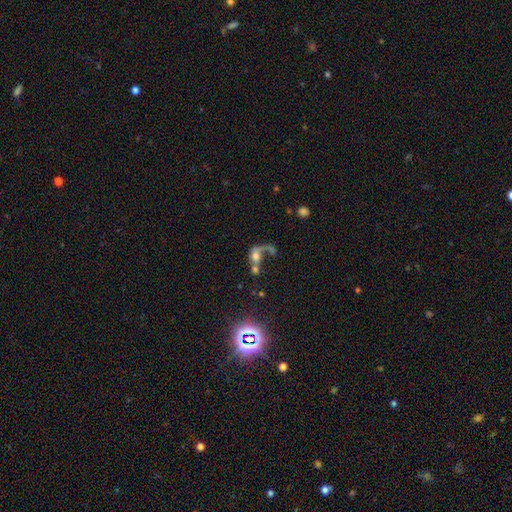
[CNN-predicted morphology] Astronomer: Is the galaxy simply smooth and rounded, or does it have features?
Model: featured or disk — 43% (runner-up: smooth, 42%).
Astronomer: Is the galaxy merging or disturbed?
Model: merger — 44% (runner-up: major disturbance, 30%).